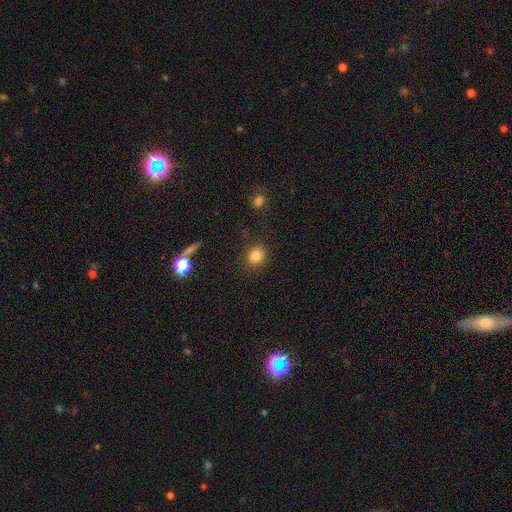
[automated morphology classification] This is clearly a smooth galaxy (83%). How rounded: clearly round (86%). Merging: clearly none (88%).